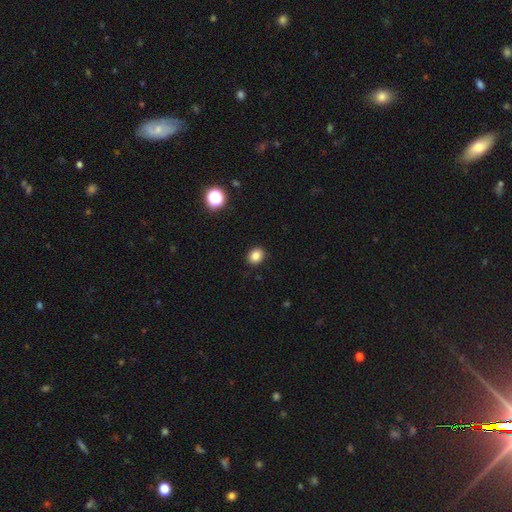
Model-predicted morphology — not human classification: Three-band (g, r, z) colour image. It shows a smooth galaxy with no disk features (85%) that is round (59%). Merging: none (90%).